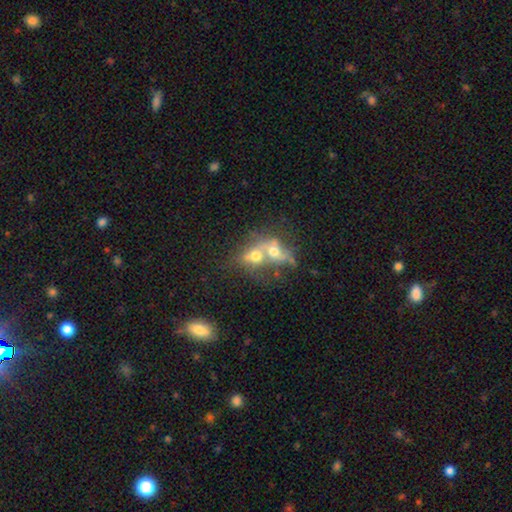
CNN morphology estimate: smooth 50%, featured or disk 35%, star or artifact 15%. Down the decision tree: how rounded — round (57%); merging — merger (73%).